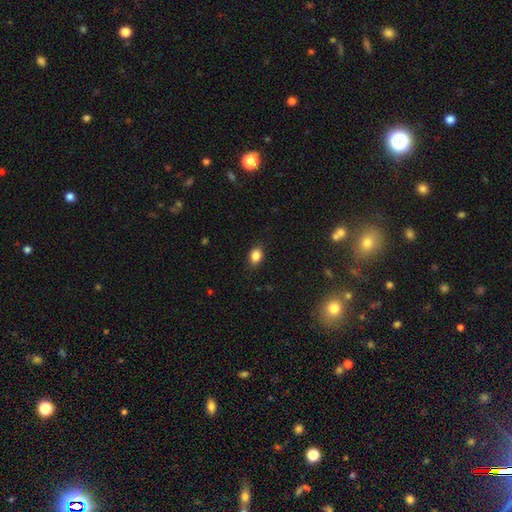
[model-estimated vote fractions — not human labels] Q: Smooth or featured?
A: smooth (86%); runner-up: star or artifact (10%)
Q: How rounded?
A: in between (65%); runner-up: round (34%)
Q: Merging?
A: none (85%); runner-up: minor disturbance (12%)